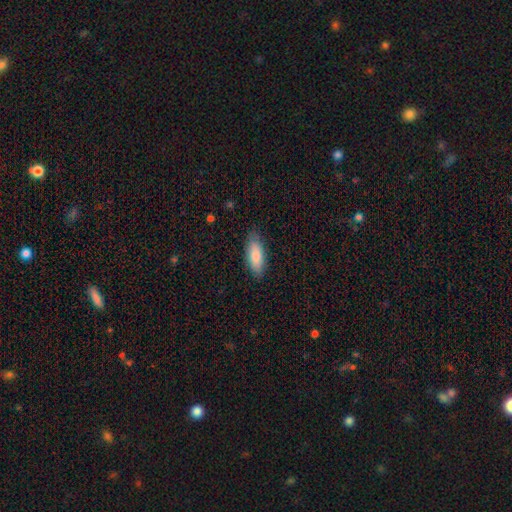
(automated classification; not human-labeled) Smooth or featured? smooth (83%)
How rounded? in between (78%)
Merging? none (84%)